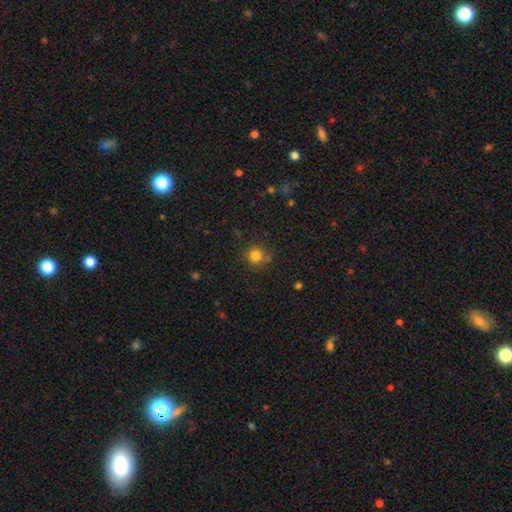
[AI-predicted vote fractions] This is clearly a smooth galaxy (82%). How rounded: clearly round (91%). Merging: likely none (78%).